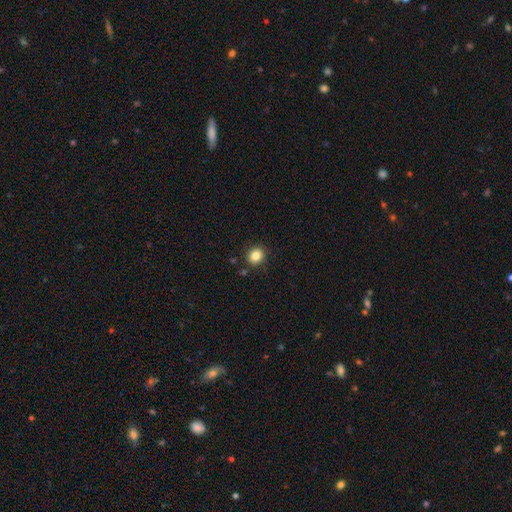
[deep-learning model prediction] A smooth galaxy with no disk features (84%) that is round (81%). Merging: none (88%).